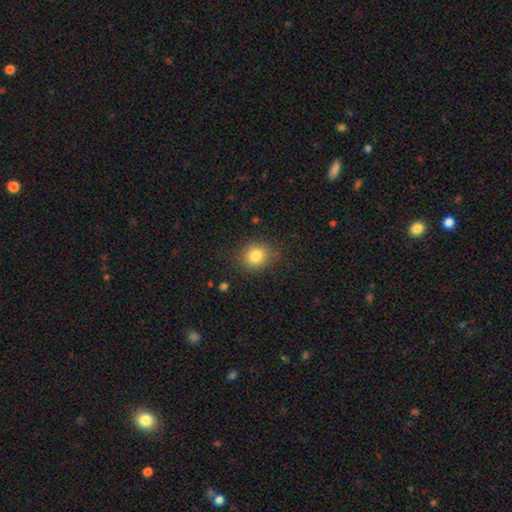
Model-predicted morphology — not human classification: Smooth or featured?
  - smooth: 83% *
  - star or artifact: 11%
  - featured or disk: 7%
How rounded?
  - round: 75% *
  - in between: 24%
  - cigar-shaped: 1%
Merging?
  - none: 84% *
  - minor disturbance: 11%
  - major disturbance: 4%
  - merger: 1%